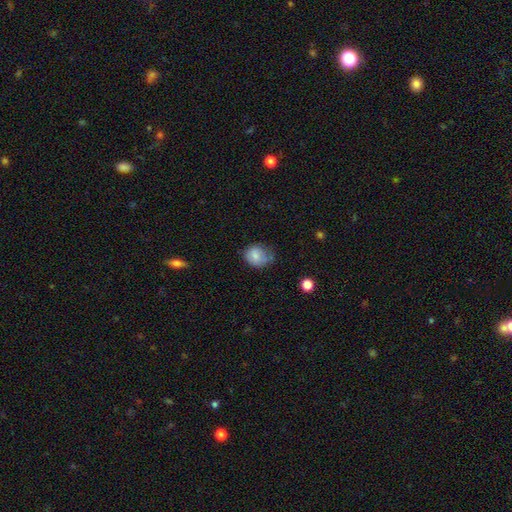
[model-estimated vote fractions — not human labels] Smooth or featured: smooth — 77% (featured or disk — 14%)
How rounded: round — 60% (in between — 39%)
Merging: none — 54% (minor disturbance — 32%)